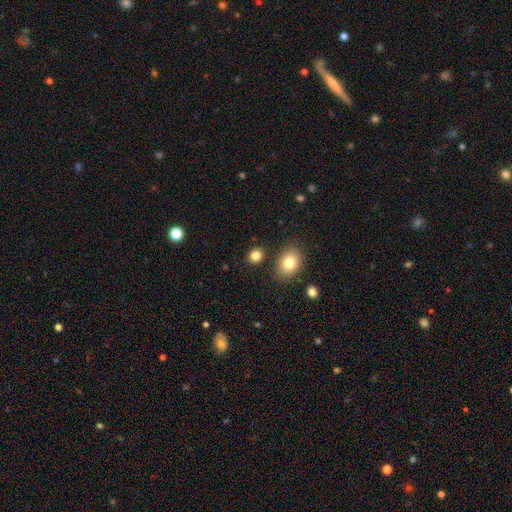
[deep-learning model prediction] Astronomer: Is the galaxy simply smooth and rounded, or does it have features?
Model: smooth — 83%.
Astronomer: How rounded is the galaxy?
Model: round — 51% (runner-up: in between, 48%).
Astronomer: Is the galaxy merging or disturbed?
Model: none — 83%.